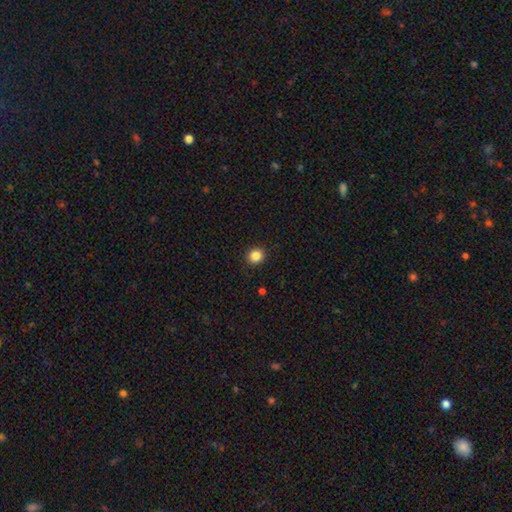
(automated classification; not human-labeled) Smooth or featured: smooth — 85% (star or artifact — 11%)
How rounded: round — 88% (in between — 11%)
Merging: none — 91% (minor disturbance — 6%)